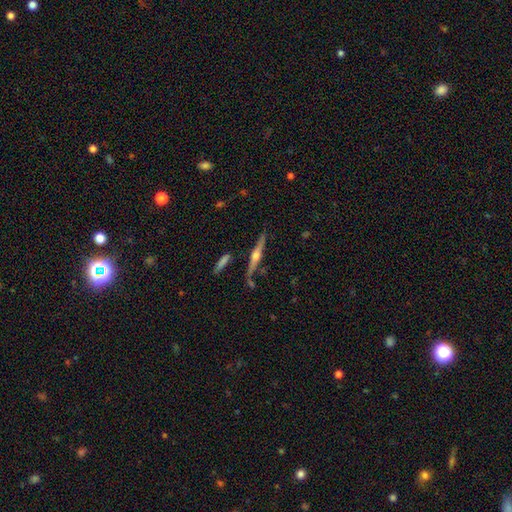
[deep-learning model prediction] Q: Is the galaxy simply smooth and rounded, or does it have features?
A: featured or disk — 77%.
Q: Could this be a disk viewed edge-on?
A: yes — 97%.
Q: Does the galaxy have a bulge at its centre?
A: rounded — 93%.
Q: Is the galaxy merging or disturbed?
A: none — 81%.